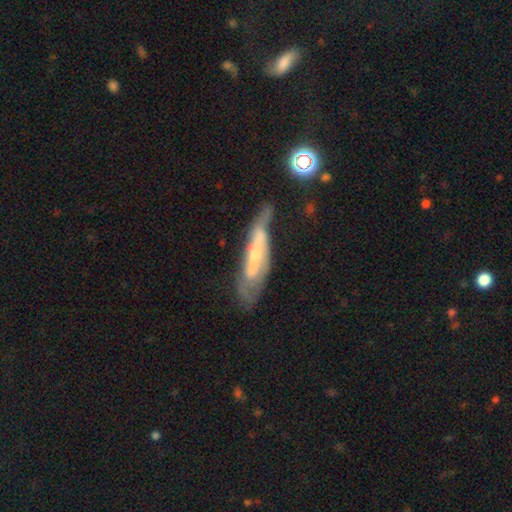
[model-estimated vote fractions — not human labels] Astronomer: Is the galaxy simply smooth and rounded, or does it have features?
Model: featured or disk — 68%.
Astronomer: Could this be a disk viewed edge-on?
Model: no — 61% (runner-up: yes, 39%).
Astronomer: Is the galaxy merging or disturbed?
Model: none — 44% (runner-up: minor disturbance, 30%).